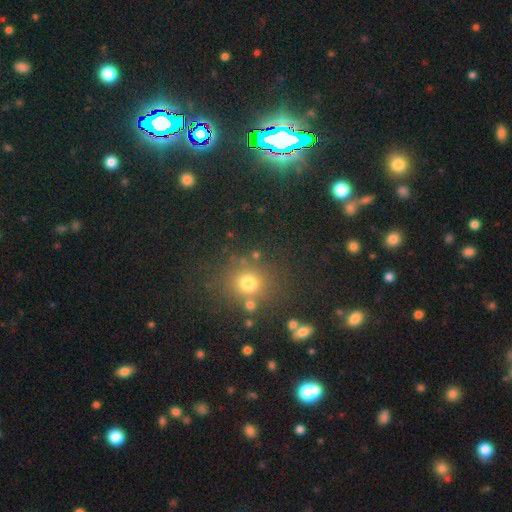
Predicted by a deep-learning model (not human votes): This appears to be a smooth galaxy with no disk features (64%) that is round (86%). Merging: none (79%).